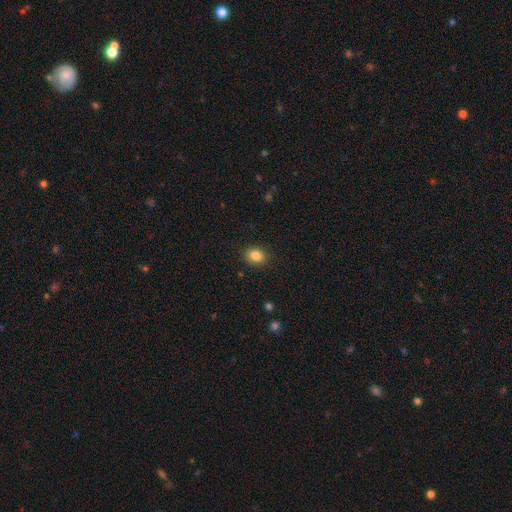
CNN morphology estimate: Overall: smooth (84%). How rounded: in between (54%; round 45%). Merging: none (89%).